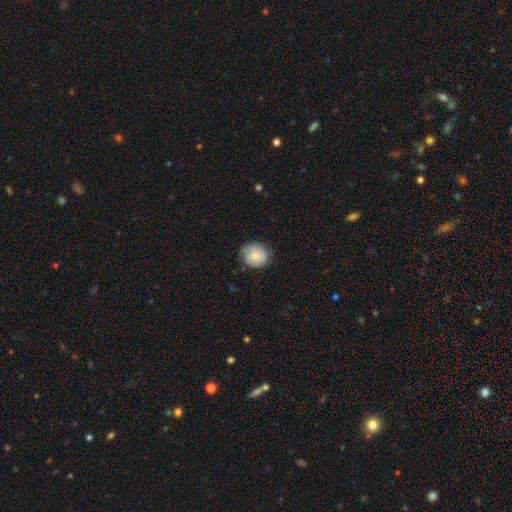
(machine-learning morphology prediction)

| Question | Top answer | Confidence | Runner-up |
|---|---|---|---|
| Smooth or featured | smooth | 69% | featured or disk (24%) |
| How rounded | round | 74% | in between (25%) |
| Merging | none | 71% | minor disturbance (22%) |